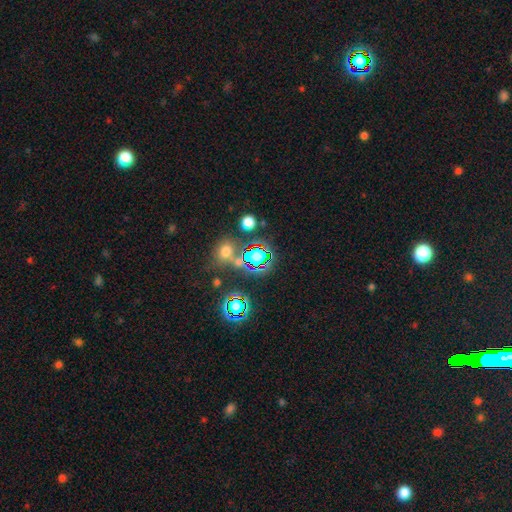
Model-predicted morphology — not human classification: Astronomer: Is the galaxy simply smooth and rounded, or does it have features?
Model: star or artifact — 55% (runner-up: smooth, 33%).